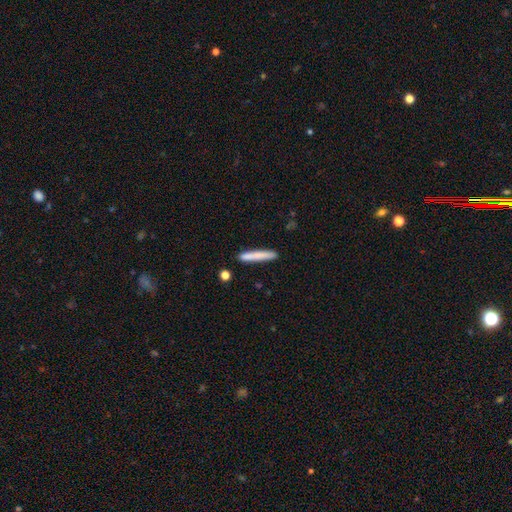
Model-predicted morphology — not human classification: smooth 79%, featured or disk 15%, star or artifact 6%. Down the decision tree: how rounded — cigar-shaped (95%); merging — none (87%).